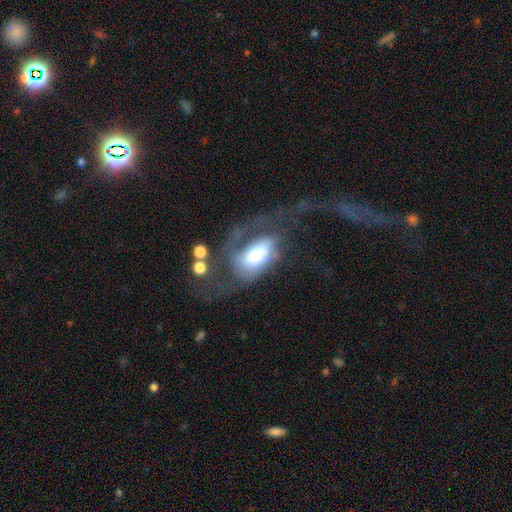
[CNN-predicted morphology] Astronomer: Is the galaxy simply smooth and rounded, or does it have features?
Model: featured or disk — 46% (runner-up: smooth, 45%).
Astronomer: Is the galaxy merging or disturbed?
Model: major disturbance — 49%.